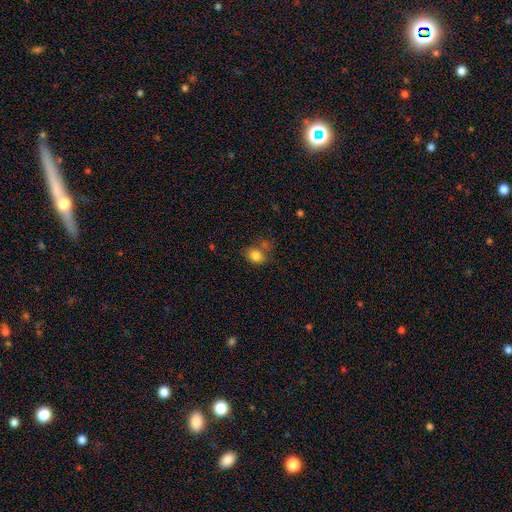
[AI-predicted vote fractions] smooth 82%, star or artifact 11%, featured or disk 7%. Down the decision tree: how rounded — in between (51%); merging — none (57%).